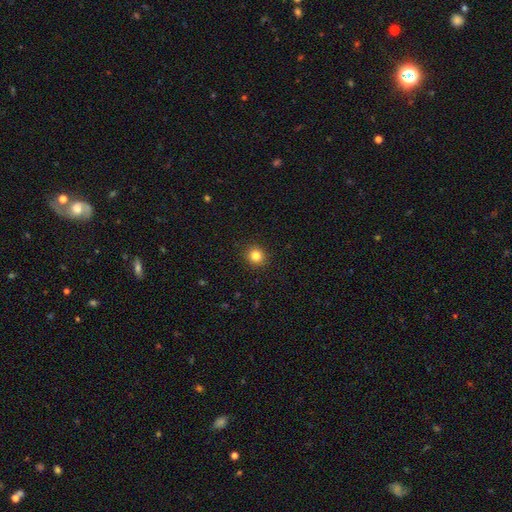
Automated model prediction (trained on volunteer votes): This appears to be a smooth galaxy with no disk features (83%) that is round (89%). Merging: none (92%).